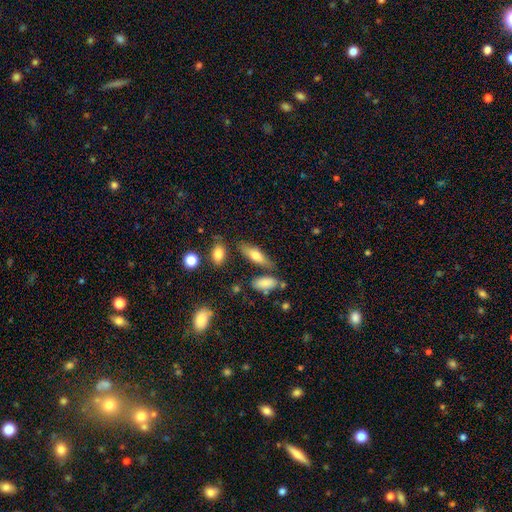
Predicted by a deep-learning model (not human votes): smooth 65%, featured or disk 28%, star or artifact 7%. Down the decision tree: how rounded — in between (56%); merging — none (71%).